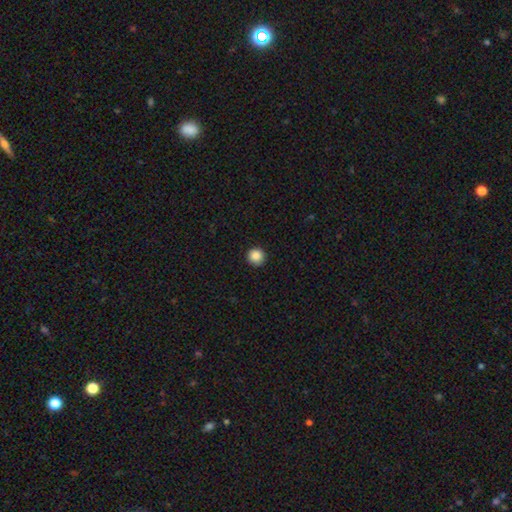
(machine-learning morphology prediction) This appears to be a smooth galaxy with no disk features (87%) that is round (96%). Merging: none (92%).